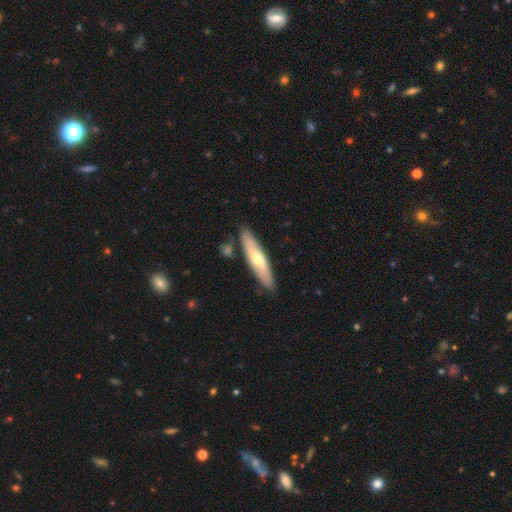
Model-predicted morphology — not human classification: A featured or disk galaxy (48%).

Vote fractions:
- Smooth or featured? featured or disk: 48% / smooth: 46% / star or artifact: 7%
- Merging? none: 84% / minor disturbance: 11% / merger: 3% / major disturbance: 2%